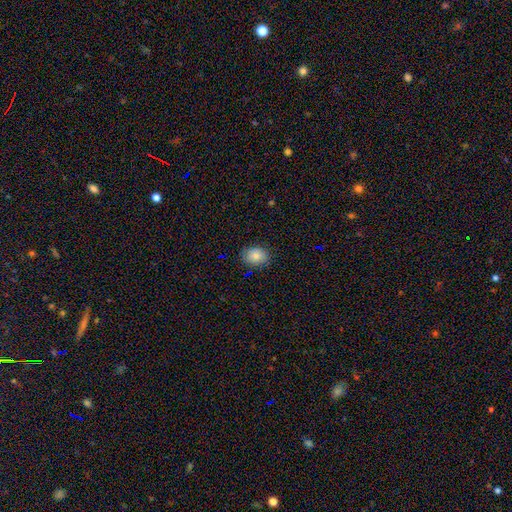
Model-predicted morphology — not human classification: This appears to be a smooth galaxy with no disk features (82%) that is in between round and cigar-shaped (61%). Merging: none (84%).